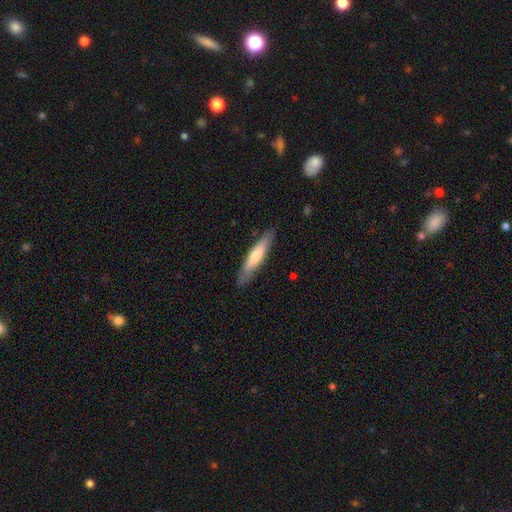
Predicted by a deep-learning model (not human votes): Q: Smooth or featured?
A: smooth (59%); runner-up: featured or disk (36%)
Q: How rounded?
A: cigar-shaped (86%); runner-up: in between (13%)
Q: Merging?
A: none (85%); runner-up: minor disturbance (11%)